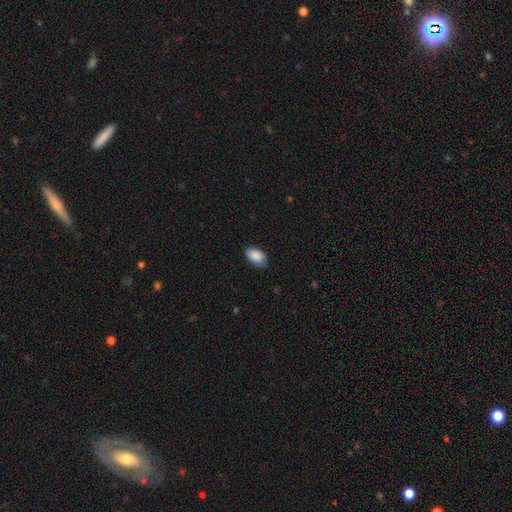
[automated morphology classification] Smooth or featured? Predicted: smooth (p=0.88). How rounded? Predicted: in between (p=0.93). Merging? Predicted: none (p=0.77).